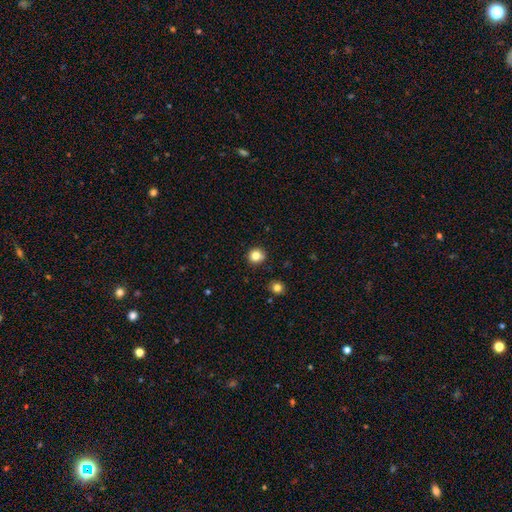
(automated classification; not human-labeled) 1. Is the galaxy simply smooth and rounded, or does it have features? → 83% smooth, 12% star or artifact, 5% featured or disk.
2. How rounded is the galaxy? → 89% round, 10% in between, 1% cigar-shaped.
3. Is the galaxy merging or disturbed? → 87% none, 9% minor disturbance, 2% major disturbance, 2% merger.